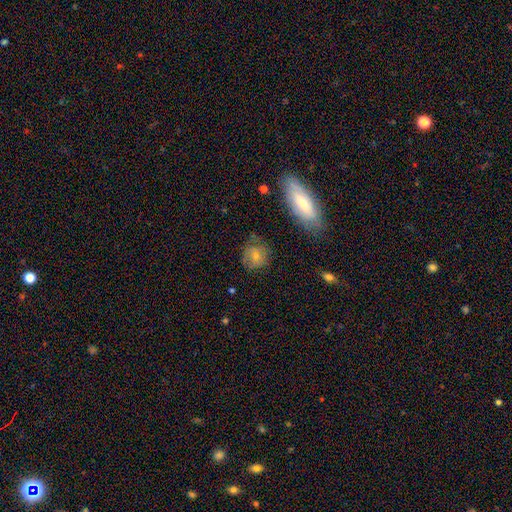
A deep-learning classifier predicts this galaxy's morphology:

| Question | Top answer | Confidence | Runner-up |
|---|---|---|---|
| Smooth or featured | smooth | 49% | featured or disk (38%) |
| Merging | none | 71% | minor disturbance (19%) |